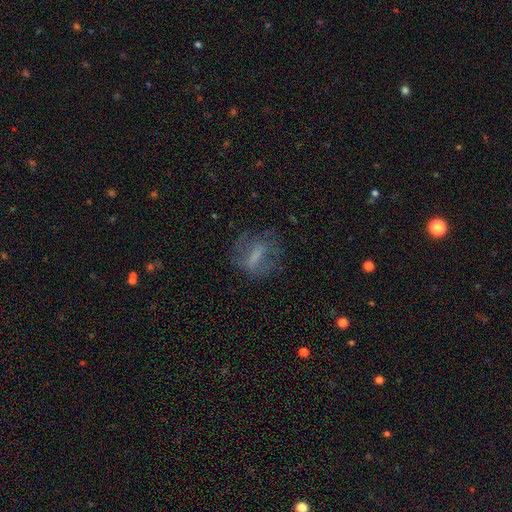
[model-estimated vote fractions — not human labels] A featured or disk galaxy (47%).

Vote fractions:
- Smooth or featured? featured or disk: 47% / smooth: 40% / star or artifact: 12%
- Merging? none: 60% / minor disturbance: 19% / major disturbance: 19% / merger: 2%